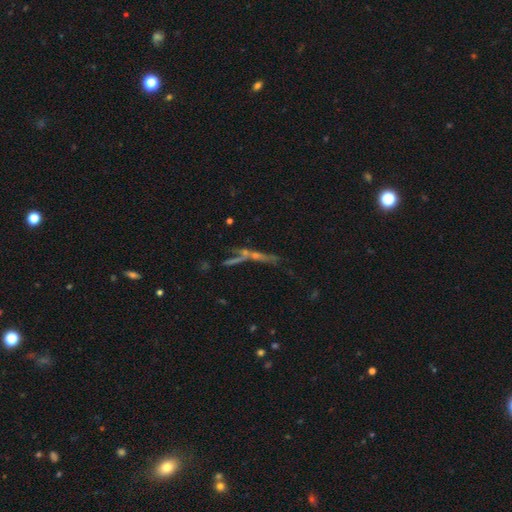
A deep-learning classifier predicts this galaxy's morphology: A featured or disk galaxy (49%).

Vote fractions:
- Smooth or featured? featured or disk: 49% / smooth: 26% / star or artifact: 25%
- Merging? none: 46% / merger: 30% / major disturbance: 12% / minor disturbance: 12%